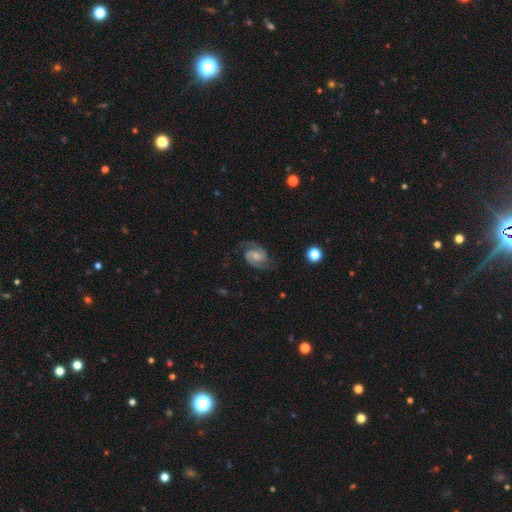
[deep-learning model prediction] smooth_or_featured: featured or disk (p=0.88) [alt: smooth p=0.06]
disk_edge_on: no (p=0.98) [alt: yes p=0.02]
bar: no (p=0.47) [alt: weak p=0.42]
has_spiral_arms: yes (p=0.98) [alt: no p=0.02]
spiral_winding: medium (p=0.54) [alt: tight p=0.34]
spiral_arm_count: 2 (p=0.93) [alt: can't tell p=0.02]
bulge_size: small (p=0.34) [alt: moderate p=0.31]
merging: none (p=0.80) [alt: minor disturbance p=0.14]